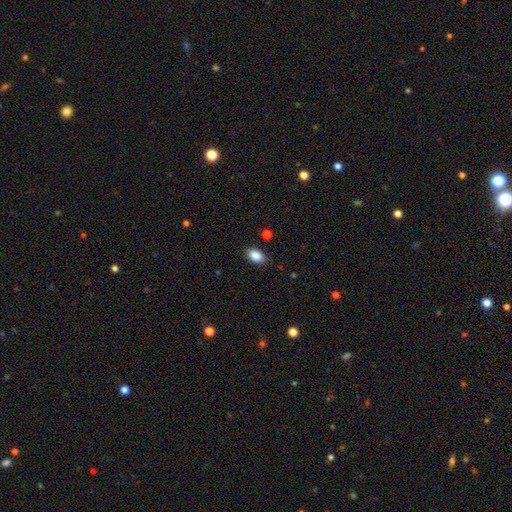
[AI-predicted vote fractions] Overall: smooth (88%). How rounded: in between (90%). Merging: none (87%).